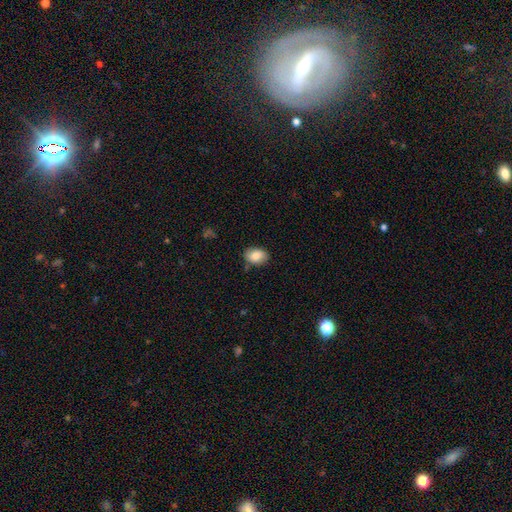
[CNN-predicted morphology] This is clearly a smooth galaxy (84%). How rounded: likely in between (79%). Merging: clearly none (81%).